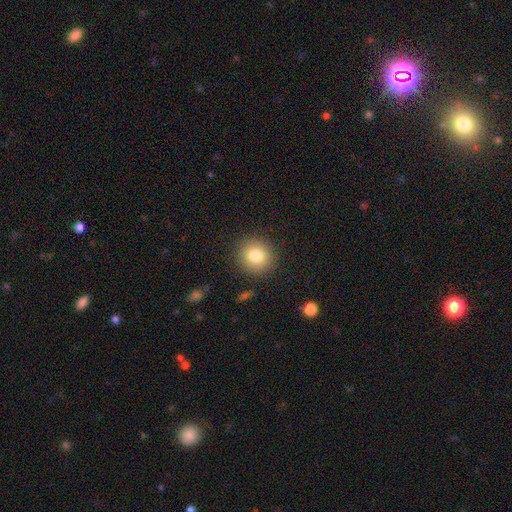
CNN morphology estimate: The model was most divided on "smooth or featured": smooth: 81%, star or artifact: 10%, featured or disk: 9%. More confident: merging — none (88%); how rounded — round (88%).